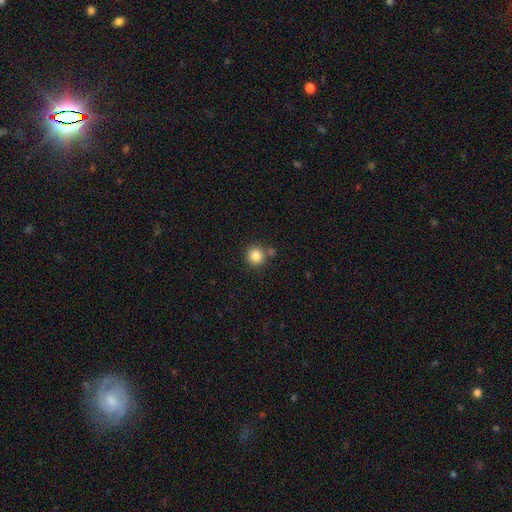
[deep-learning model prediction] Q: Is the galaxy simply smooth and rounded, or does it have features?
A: smooth — 84%.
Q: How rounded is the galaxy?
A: round — 93%.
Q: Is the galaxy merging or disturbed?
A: none — 79%.